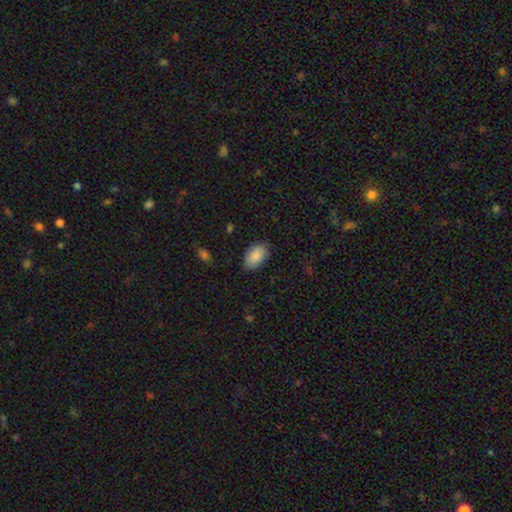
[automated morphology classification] This is clearly a smooth galaxy (88%). How rounded: clearly in between (93%). Merging: clearly none (82%).